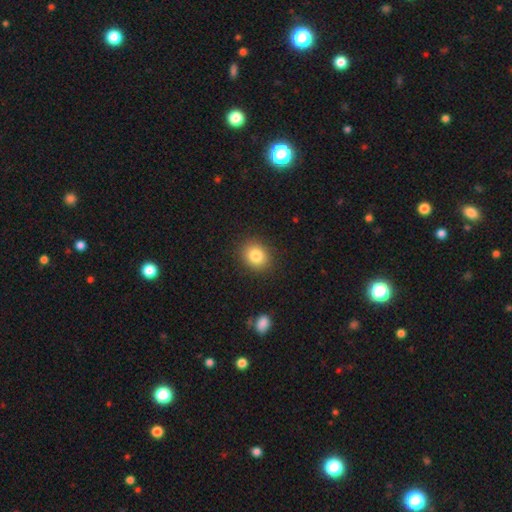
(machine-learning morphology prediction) Smooth or featured? smooth (83%)
How rounded? round (61%)
Merging? none (89%)